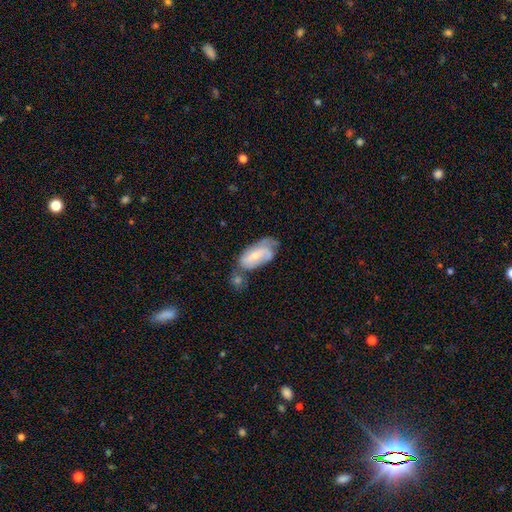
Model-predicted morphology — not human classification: type=featured or disk (51%); edge-on=no (92%); merging=none (33%).